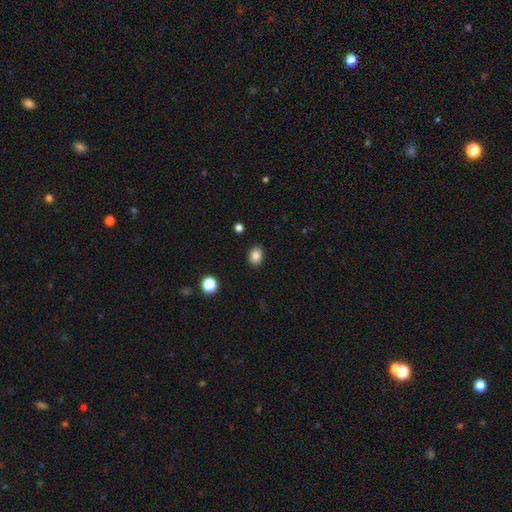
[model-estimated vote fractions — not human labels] Smooth or featured? Predicted: smooth (p=0.84). How rounded? Predicted: in between (p=0.64). Merging? Predicted: none (p=0.89).